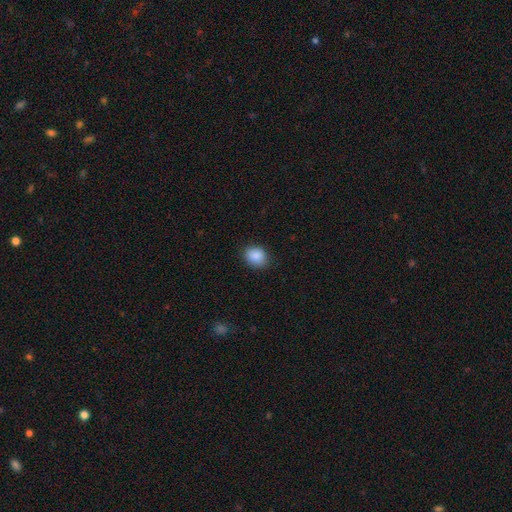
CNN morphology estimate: A smooth galaxy with no disk features (89%) that is in between round and cigar-shaped (54%). Merging: none (86%).